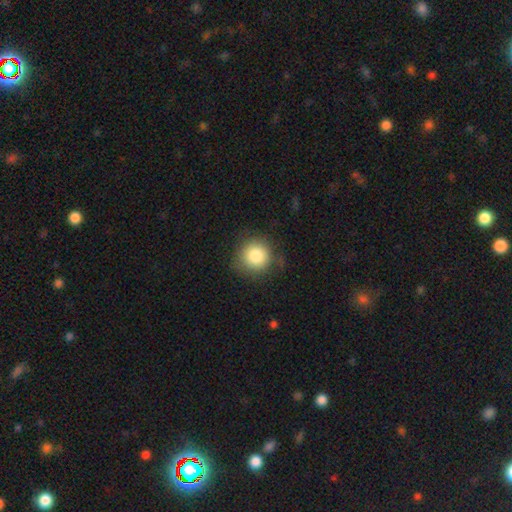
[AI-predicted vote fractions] This appears to be a smooth galaxy with no disk features (84%) that is round (93%). Merging: none (79%).